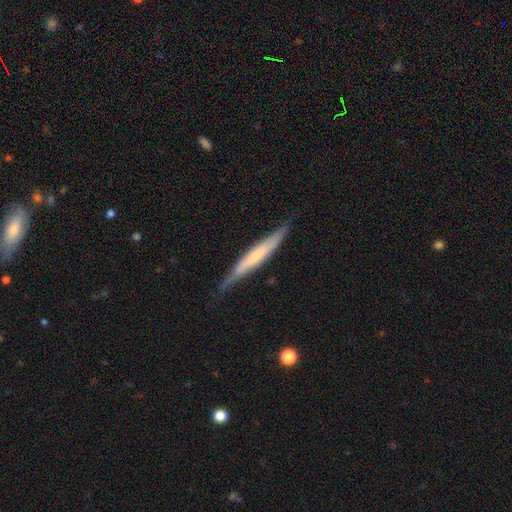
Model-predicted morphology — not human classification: smooth_or_featured: smooth (p=0.49) [alt: featured or disk p=0.46]
merging: none (p=0.78) [alt: minor disturbance p=0.18]